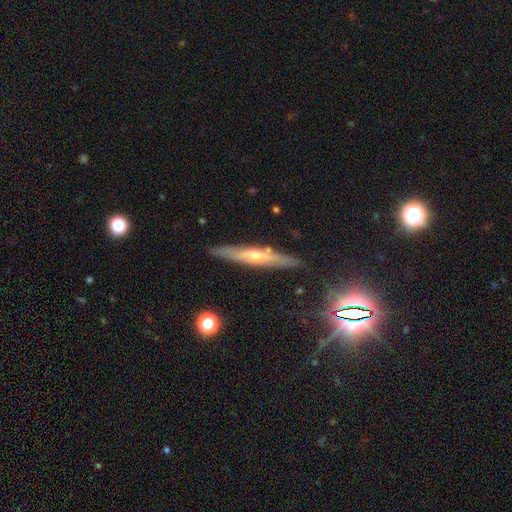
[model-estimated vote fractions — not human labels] This is likely a featured or disk galaxy (63%). It is clearly viewed edge-on (92%). Edge-on bulge: likely rounded (75%). Merging: clearly none (86%).